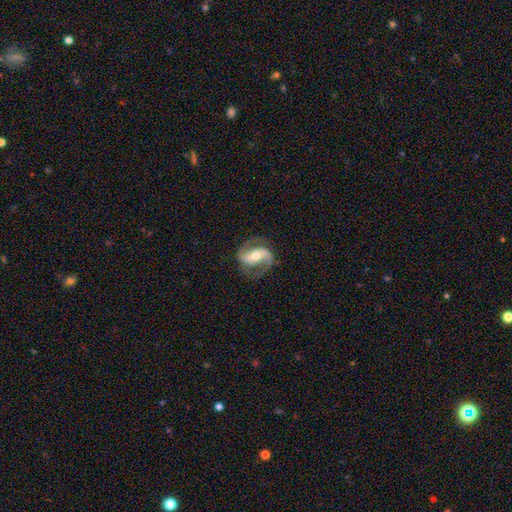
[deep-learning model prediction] smooth_or_featured: featured or disk (p=0.87) [alt: smooth p=0.08]
disk_edge_on: no (p=0.97) [alt: yes p=0.03]
bar: strong (p=0.46) [alt: weak p=0.32]
has_spiral_arms: yes (p=0.96) [alt: no p=0.04]
spiral_winding: medium (p=0.53) [alt: loose p=0.28]
spiral_arm_count: 2 (p=0.90) [alt: 1 p=0.05]
bulge_size: moderate (p=0.64) [alt: small p=0.29]
merging: none (p=0.78) [alt: minor disturbance p=0.14]